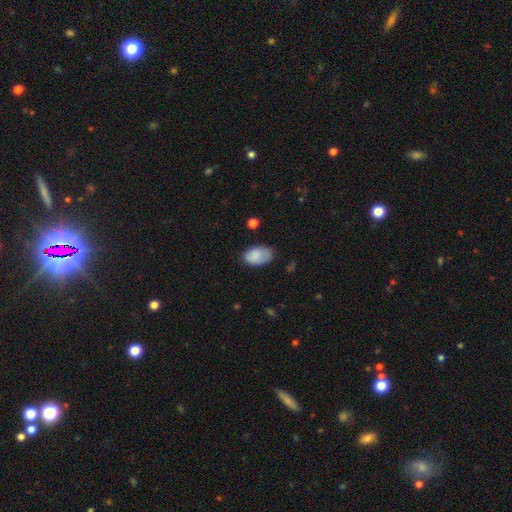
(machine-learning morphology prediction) Smooth or featured: smooth — 85% (featured or disk — 8%)
How rounded: in between — 93% (round — 6%)
Merging: none — 65% (minor disturbance — 27%)